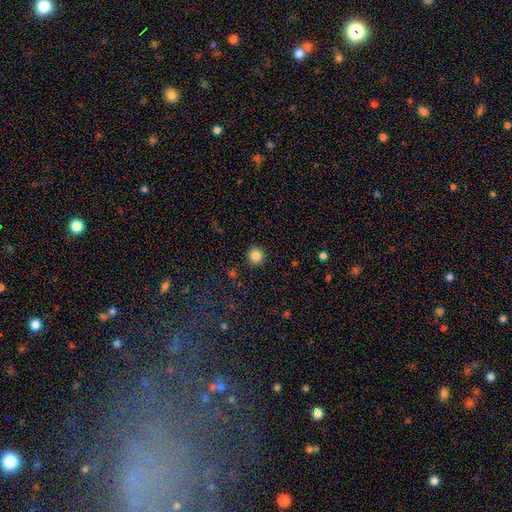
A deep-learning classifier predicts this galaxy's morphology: Smooth or featured? smooth (85%)
How rounded? round (95%)
Merging? none (92%)